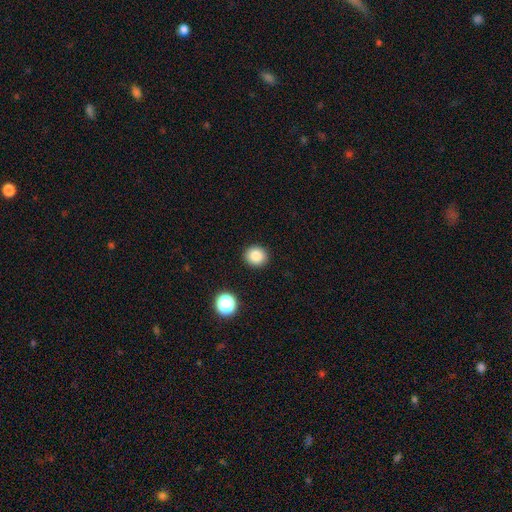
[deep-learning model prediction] Smooth or featured?
  - smooth: 84% *
  - star or artifact: 11%
  - featured or disk: 5%
How rounded?
  - round: 84% *
  - in between: 15%
  - cigar-shaped: 1%
Merging?
  - none: 91% *
  - minor disturbance: 6%
  - major disturbance: 2%
  - merger: 1%